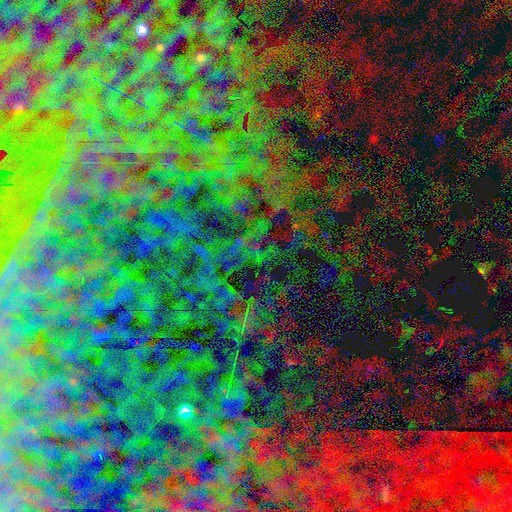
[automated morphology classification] Smooth or featured: star or artifact — 81% (featured or disk — 10%)